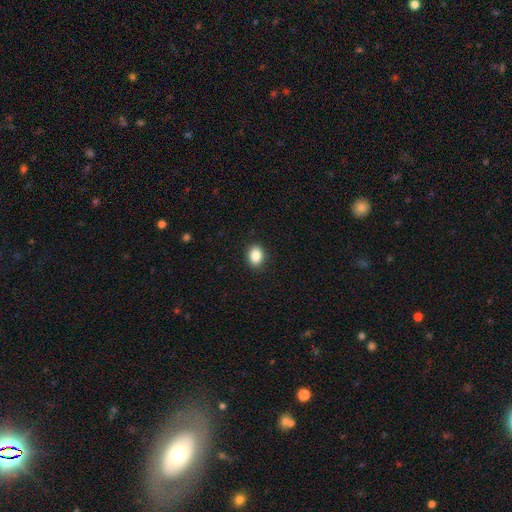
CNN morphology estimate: Q: Smooth or featured?
A: smooth (86%); runner-up: star or artifact (9%)
Q: How rounded?
A: in between (63%); runner-up: round (36%)
Q: Merging?
A: none (90%); runner-up: minor disturbance (7%)